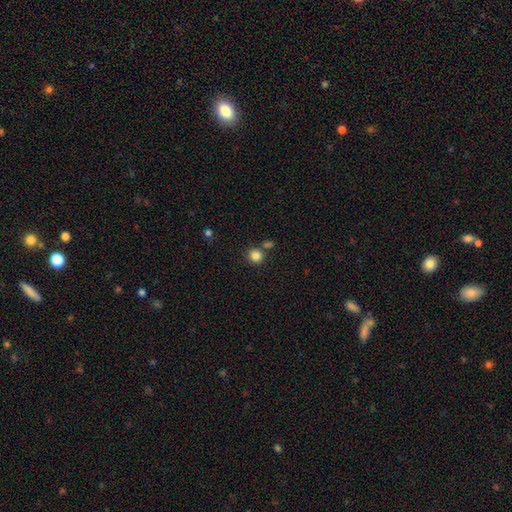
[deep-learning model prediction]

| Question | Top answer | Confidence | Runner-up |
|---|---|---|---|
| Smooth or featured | smooth | 85% | star or artifact (11%) |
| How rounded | round | 88% | in between (11%) |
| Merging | none | 74% | merger (14%) |